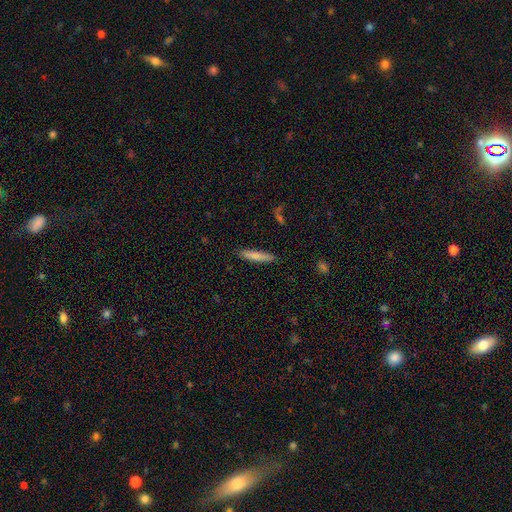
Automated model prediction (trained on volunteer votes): Q: Smooth or featured?
A: smooth (80%); runner-up: featured or disk (14%)
Q: How rounded?
A: cigar-shaped (90%); runner-up: in between (9%)
Q: Merging?
A: none (88%); runner-up: minor disturbance (9%)